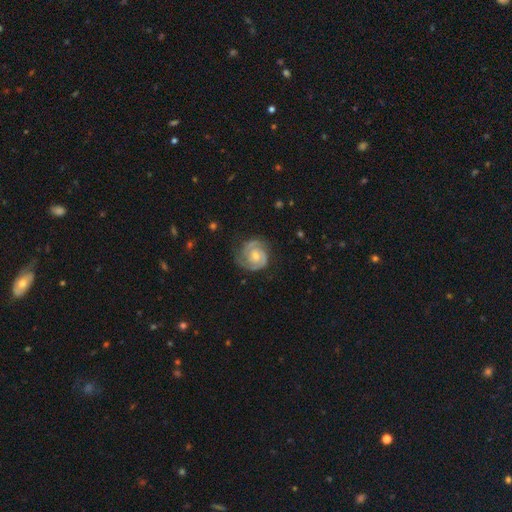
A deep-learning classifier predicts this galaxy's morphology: smooth_or_featured: featured or disk (p=0.89) [alt: smooth p=0.07]
disk_edge_on: no (p=0.98) [alt: yes p=0.02]
bar: no (p=0.66) [alt: weak p=0.28]
has_spiral_arms: yes (p=0.98) [alt: no p=0.02]
spiral_winding: tight (p=0.68) [alt: medium p=0.28]
spiral_arm_count: 2 (p=0.86) [alt: 3 p=0.05]
bulge_size: moderate (p=0.47) [alt: small p=0.45]
merging: none (p=0.77) [alt: minor disturbance p=0.16]